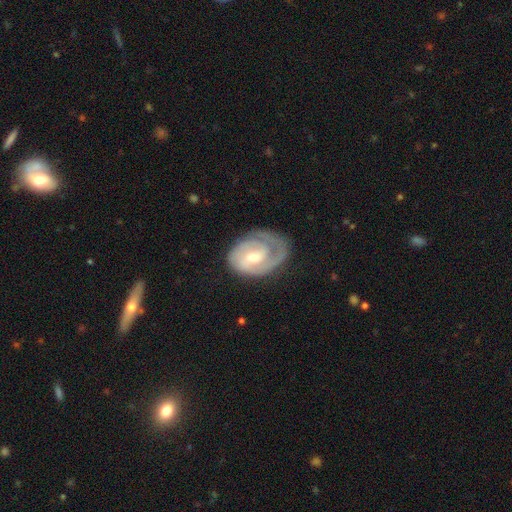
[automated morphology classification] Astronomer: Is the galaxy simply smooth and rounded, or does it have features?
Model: featured or disk — 81%.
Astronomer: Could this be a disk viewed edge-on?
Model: no — 97%.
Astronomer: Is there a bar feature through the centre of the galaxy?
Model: weak — 45% (runner-up: no, 38%).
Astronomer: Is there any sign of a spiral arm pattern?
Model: yes — 92%.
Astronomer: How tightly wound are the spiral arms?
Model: tight — 66%.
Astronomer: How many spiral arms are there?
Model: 2 — 44% (runner-up: 1, 31%).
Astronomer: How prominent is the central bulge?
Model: moderate — 54% (runner-up: small, 40%).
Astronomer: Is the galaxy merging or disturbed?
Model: none — 69%.